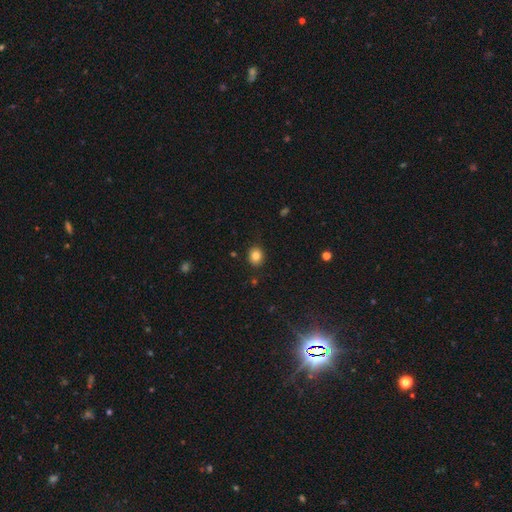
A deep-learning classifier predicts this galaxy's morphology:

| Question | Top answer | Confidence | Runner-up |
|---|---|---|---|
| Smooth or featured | smooth | 84% | star or artifact (10%) |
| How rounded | round | 64% | in between (35%) |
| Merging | none | 88% | minor disturbance (8%) |